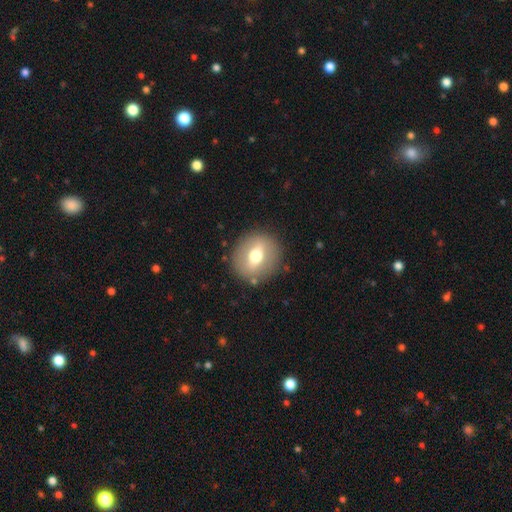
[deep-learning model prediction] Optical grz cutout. It shows a smooth galaxy with no disk features (54%) that is round (80%). Merging: none (86%).